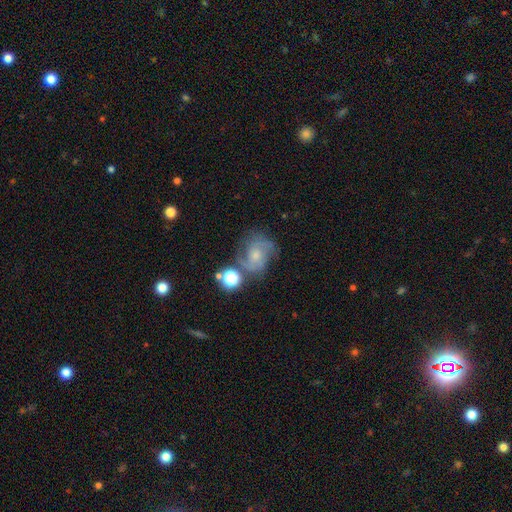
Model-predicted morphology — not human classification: A featured or disk galaxy (63%) with no bar (65%), 2 (50%) medium (49%) spiral arms (89%) and a small central bulge (49%).

Vote fractions:
- Smooth or featured? featured or disk: 63% / smooth: 25% / star or artifact: 13%
- Edge-on disk? no: 97% / yes: 3%
- Bar? no: 65% / weak: 30% / strong: 5%
- Spiral arms? yes: 89% / no: 11%
- Spiral winding? medium: 49% / tight: 32% / loose: 20%
- Spiral arm count? 2: 50% / can't tell: 22% / 3: 16% / 1: 5% / 4: 4% / more than 4: 3%
- Bulge size? small: 49% / moderate: 36% / none: 9% / large: 4% / dominant: 2%
- Merging? none: 53% / minor disturbance: 22% / major disturbance: 14% / merger: 11%